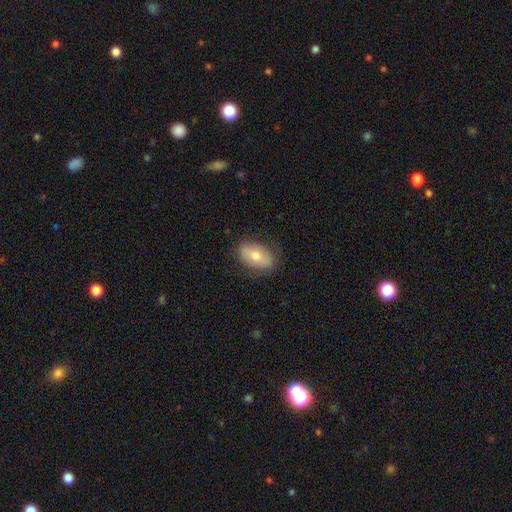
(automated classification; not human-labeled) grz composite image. It shows a smooth galaxy with no disk features (64%) that is in between round and cigar-shaped (89%). Merging: none (83%).